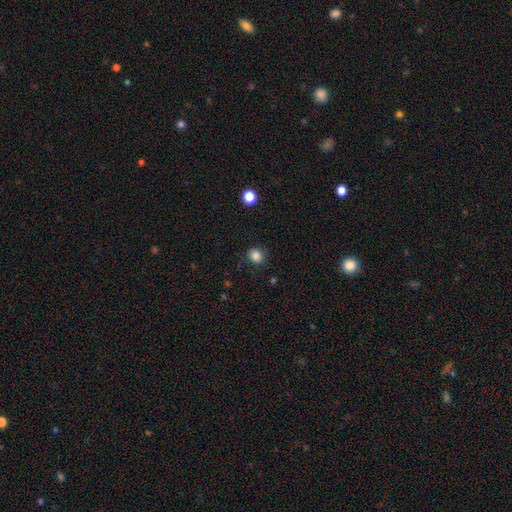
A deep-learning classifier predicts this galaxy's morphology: smooth 85%, star or artifact 11%, featured or disk 4%. Down the decision tree: how rounded — round (75%); merging — none (83%).